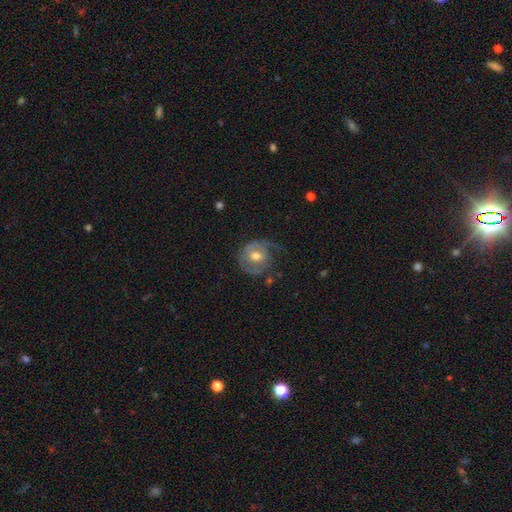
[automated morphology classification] A featured or disk galaxy (61%) with no bar (57%), spiral arms (74%) and a moderate central bulge (76%). Merging: none (55%).